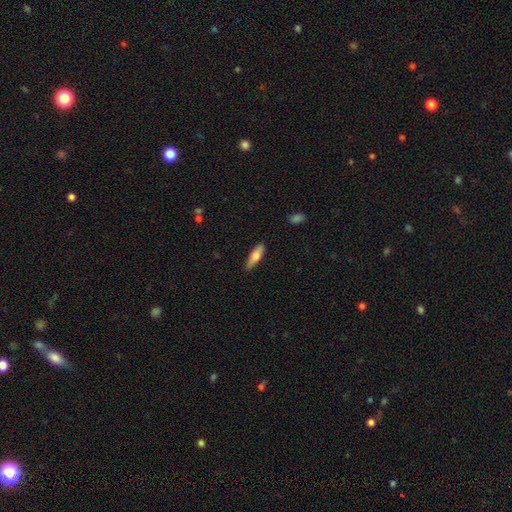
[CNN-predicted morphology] type=smooth (69%); roundness=cigar-shaped (56%); merging=none (85%).